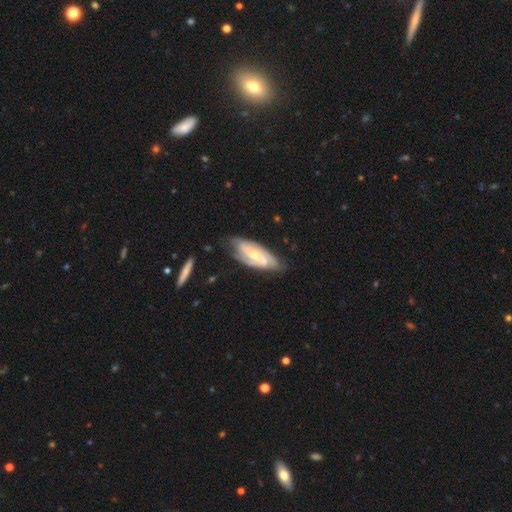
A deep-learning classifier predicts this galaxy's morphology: Smooth or featured: featured or disk — 76% (smooth — 19%)
Edge-on disk: no — 91% (yes — 9%)
Bar: no — 52% (weak — 38%)
Spiral arms: yes — 92% (no — 8%)
Spiral winding: tight — 46% (medium — 41%)
Spiral arm count: 2 — 44% (can't tell — 25%)
Bulge size: small — 51% (moderate — 43%)
Merging: none — 65% (minor disturbance — 25%)